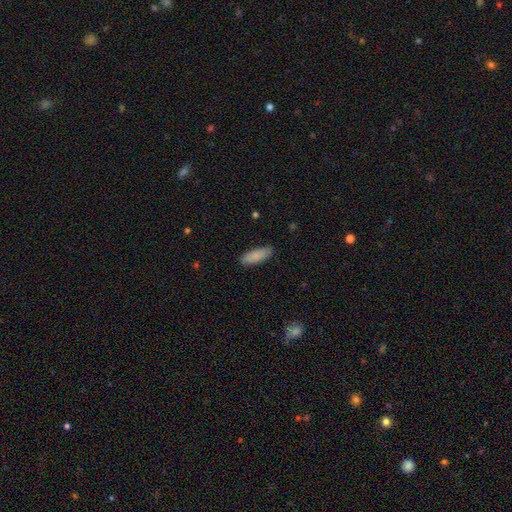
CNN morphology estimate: Smooth or featured? Predicted: smooth (p=0.87). How rounded? Predicted: in between (p=0.67). Merging? Predicted: none (p=0.84).